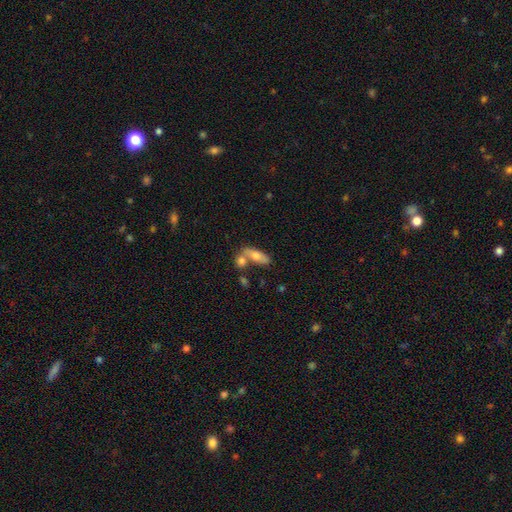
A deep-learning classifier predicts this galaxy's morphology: Smooth or featured? Predicted: smooth (p=0.67). How rounded? Predicted: in between (p=0.70). Merging? Predicted: merger (p=0.42).